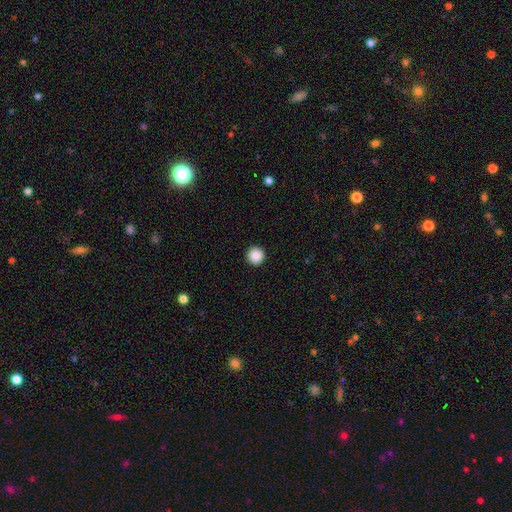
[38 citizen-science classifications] Smooth or featured? 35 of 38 (92%) said smooth. How rounded? 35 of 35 (100%) said round. Merging? 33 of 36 (92%) said none.